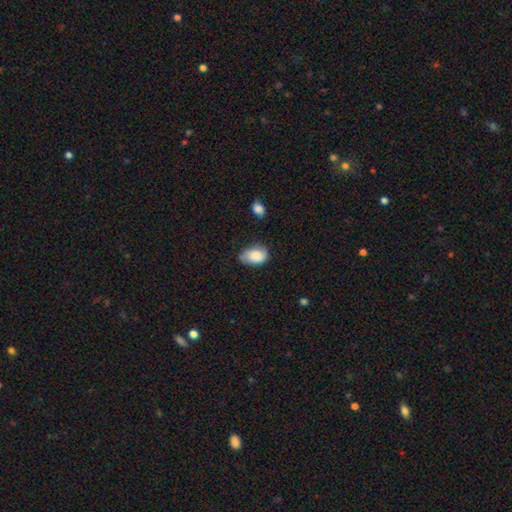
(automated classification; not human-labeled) smooth_or_featured: smooth (p=0.80) [alt: featured or disk p=0.13]
how_rounded: in between (p=0.87) [alt: round p=0.12]
merging: none (p=0.54) [alt: minor disturbance p=0.35]